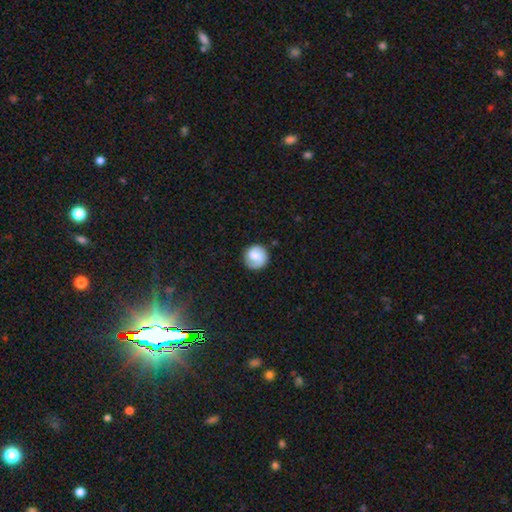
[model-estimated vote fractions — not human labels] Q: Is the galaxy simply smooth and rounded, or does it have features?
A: smooth — 56%.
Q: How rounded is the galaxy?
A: round — 92%.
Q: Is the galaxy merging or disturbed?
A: none — 80%.